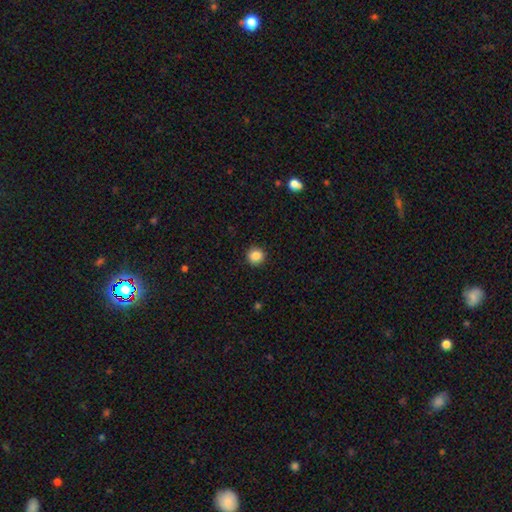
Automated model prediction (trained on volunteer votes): A smooth galaxy with no disk features (87%) that is round (94%).

Vote fractions:
- Smooth or featured? smooth: 87% / star or artifact: 10% / featured or disk: 3%
- How rounded? round: 94% / in between: 5% / cigar-shaped: 1%
- Merging? none: 92% / minor disturbance: 5% / major disturbance: 2% / merger: 1%